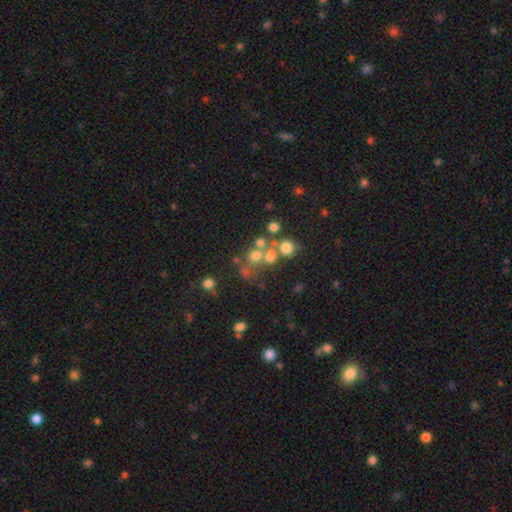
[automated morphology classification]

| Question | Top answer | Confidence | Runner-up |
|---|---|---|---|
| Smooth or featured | smooth | 55% | star or artifact (24%) |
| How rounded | round | 83% | in between (16%) |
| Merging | none | 47% | merger (36%) |